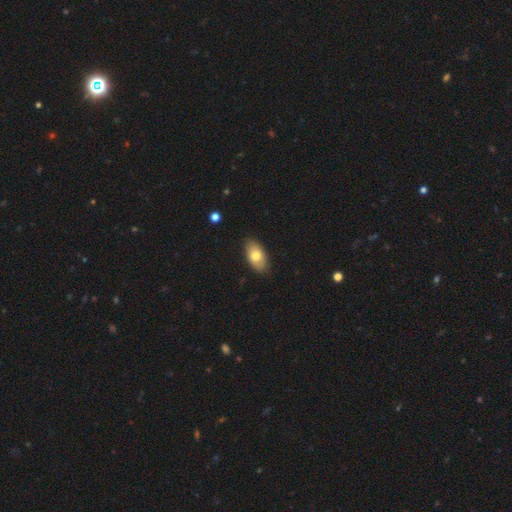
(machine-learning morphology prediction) A smooth galaxy with no disk features (74%) that is in between round and cigar-shaped (93%).

Vote fractions:
- Smooth or featured? smooth: 74% / featured or disk: 19% / star or artifact: 6%
- How rounded? in between: 93% / round: 4% / cigar-shaped: 3%
- Merging? none: 85% / minor disturbance: 12% / major disturbance: 2% / merger: 1%